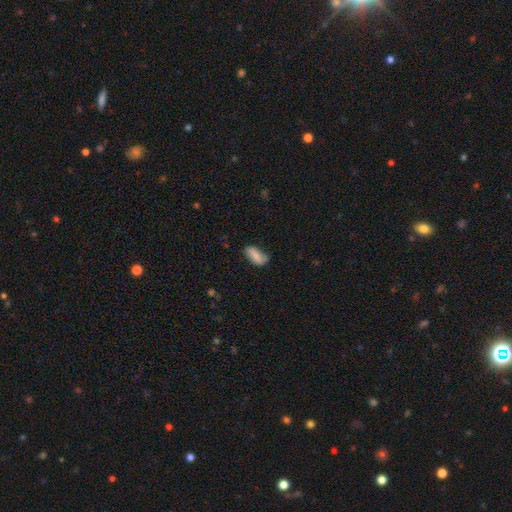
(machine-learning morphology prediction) smooth 72%, featured or disk 21%, star or artifact 8%. Down the decision tree: how rounded — in between (87%); merging — none (67%).